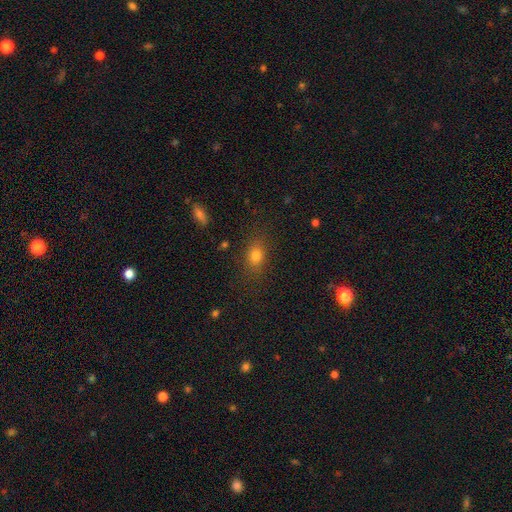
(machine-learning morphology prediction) Smooth or featured? smooth (77%)
How rounded? in between (60%)
Merging? none (82%)